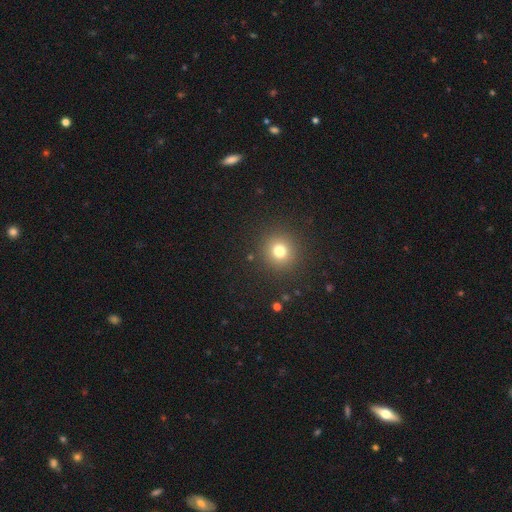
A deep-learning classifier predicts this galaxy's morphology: Q: Smooth or featured?
A: smooth (58%); runner-up: star or artifact (35%)
Q: How rounded?
A: round (94%); runner-up: in between (5%)
Q: Merging?
A: none (91%); runner-up: minor disturbance (5%)